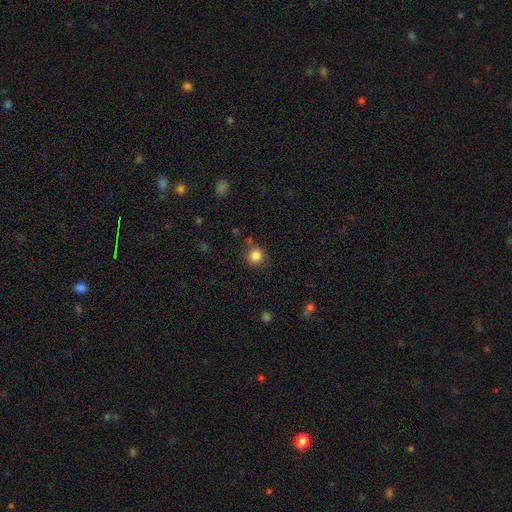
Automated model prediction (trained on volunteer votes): The model was most divided on "merging": none: 80%, minor disturbance: 11%, merger: 5%, major disturbance: 4%. More confident: how rounded — round (91%); smooth or featured — smooth (85%).